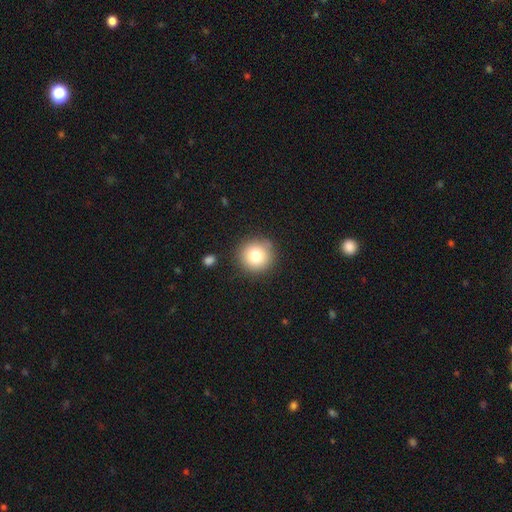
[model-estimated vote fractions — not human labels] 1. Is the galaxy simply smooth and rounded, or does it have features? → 79% smooth, 11% star or artifact, 10% featured or disk.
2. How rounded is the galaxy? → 93% round, 6% in between, 1% cigar-shaped.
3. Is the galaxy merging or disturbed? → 87% none, 8% minor disturbance, 3% major disturbance, 2% merger.